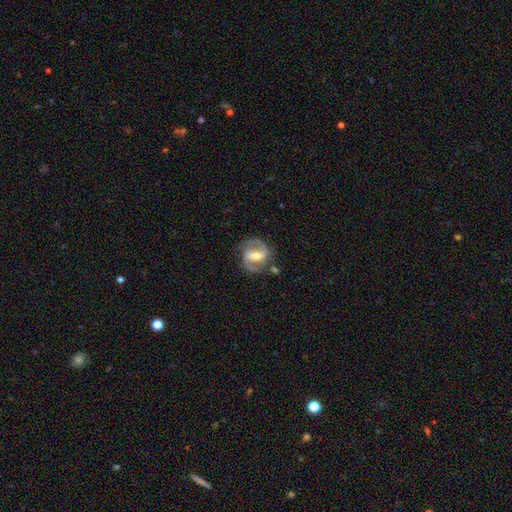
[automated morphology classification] Smooth or featured? featured or disk (89%)
Edge-on disk? no (98%)
Bar? strong (51%)
Spiral arms? yes (97%)
Spiral winding? medium (60%)
Spiral arm count? 2 (93%)
Bulge size? moderate (59%)
Merging? none (79%)